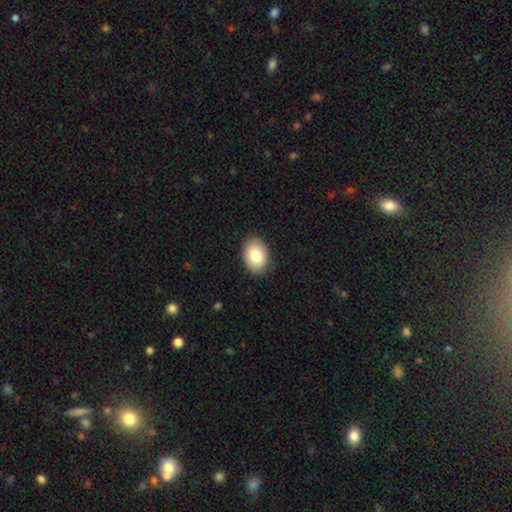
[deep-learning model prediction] Q: Smooth or featured?
A: smooth (81%); runner-up: featured or disk (12%)
Q: How rounded?
A: in between (81%); runner-up: round (18%)
Q: Merging?
A: none (88%); runner-up: minor disturbance (9%)